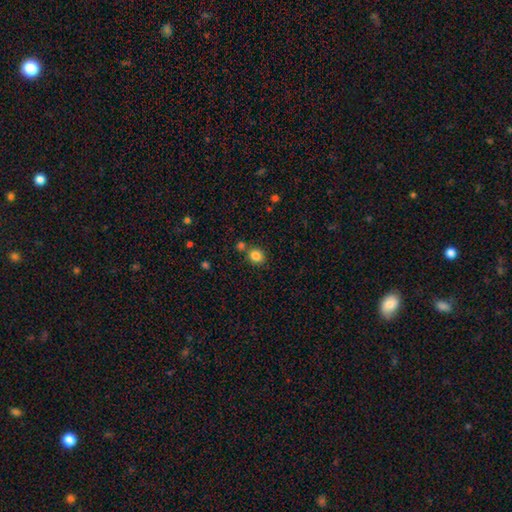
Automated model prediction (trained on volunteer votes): smooth_or_featured: smooth (p=0.84) [alt: star or artifact p=0.11]
how_rounded: round (p=0.68) [alt: in between p=0.31]
merging: none (p=0.72) [alt: merger p=0.16]